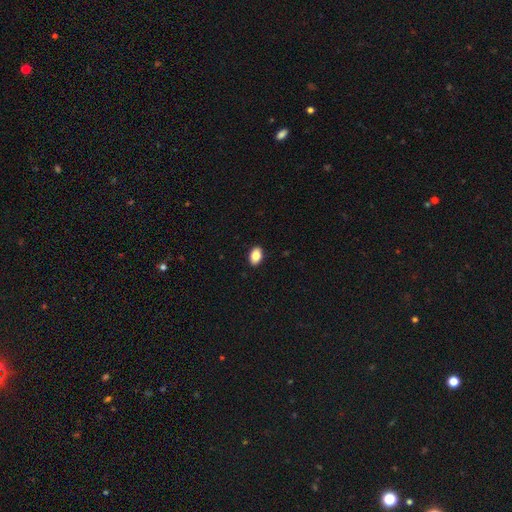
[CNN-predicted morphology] Overall: smooth (85%). How rounded: in between (87%). Merging: none (91%).